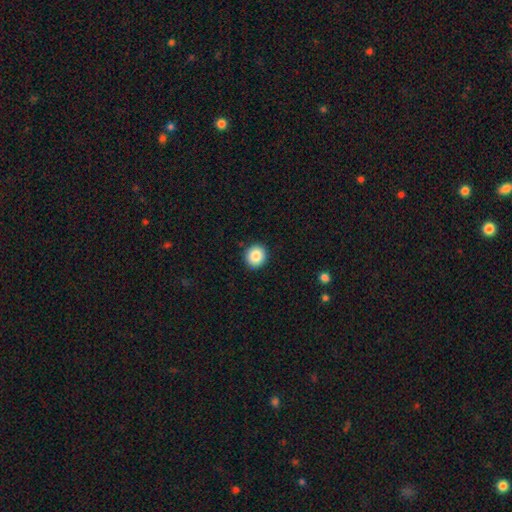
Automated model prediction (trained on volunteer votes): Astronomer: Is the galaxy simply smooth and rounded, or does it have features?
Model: smooth — 86%.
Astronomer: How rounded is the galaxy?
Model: round — 88%.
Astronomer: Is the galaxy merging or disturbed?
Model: none — 91%.